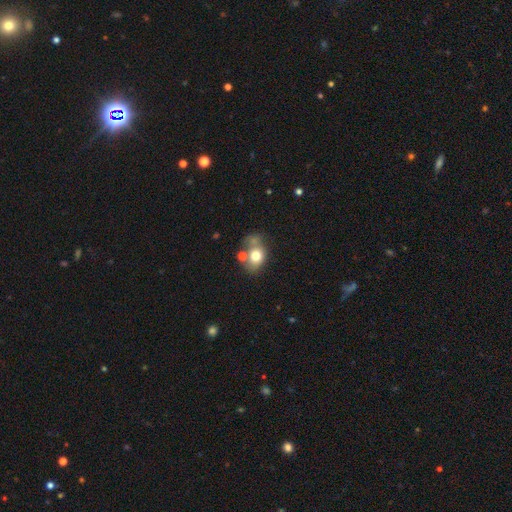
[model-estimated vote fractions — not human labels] Q: Smooth or featured?
A: smooth (72%); runner-up: featured or disk (18%)
Q: How rounded?
A: in between (58%); runner-up: round (41%)
Q: Merging?
A: none (42%); runner-up: merger (27%)